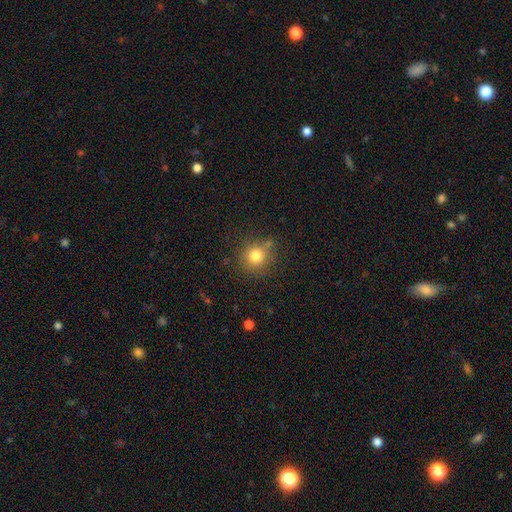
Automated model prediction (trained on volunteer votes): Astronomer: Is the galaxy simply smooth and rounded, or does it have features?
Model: smooth — 79%.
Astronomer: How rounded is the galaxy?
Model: round — 91%.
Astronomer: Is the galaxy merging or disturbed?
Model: none — 79%.